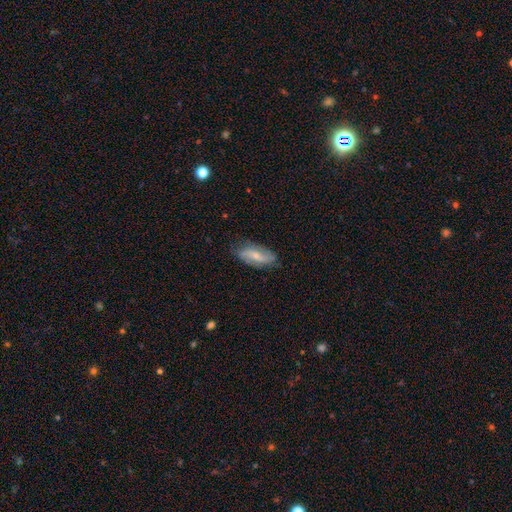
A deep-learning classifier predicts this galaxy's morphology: Smooth or featured: featured or disk — 57% (smooth — 37%)
Edge-on disk: no — 90% (yes — 10%)
Bar: weak — 43% (no — 36%)
Spiral arms: yes — 86% (no — 14%)
Bulge size: small — 58% (moderate — 33%)
Merging: none — 77% (minor disturbance — 18%)